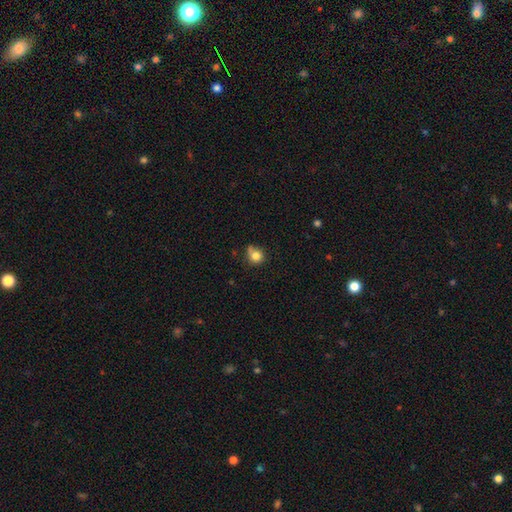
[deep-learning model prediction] This appears to be a smooth galaxy with no disk features (80%) that is round (81%). Merging: none (55%).